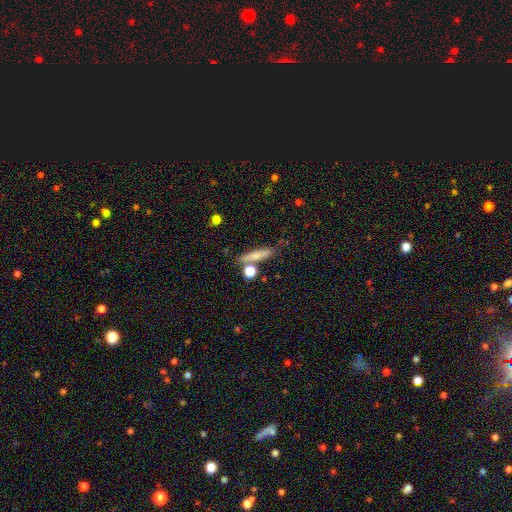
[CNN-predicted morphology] type=smooth (66%); roundness=cigar-shaped (77%); merging=none (69%).